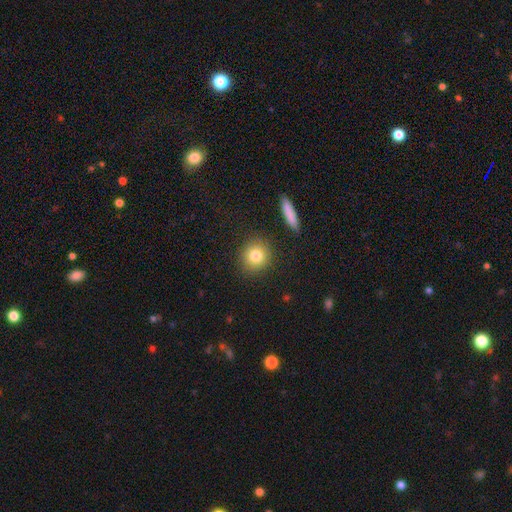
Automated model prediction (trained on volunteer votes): A smooth galaxy with no disk features (81%) that is round (87%). Merging: none (89%).